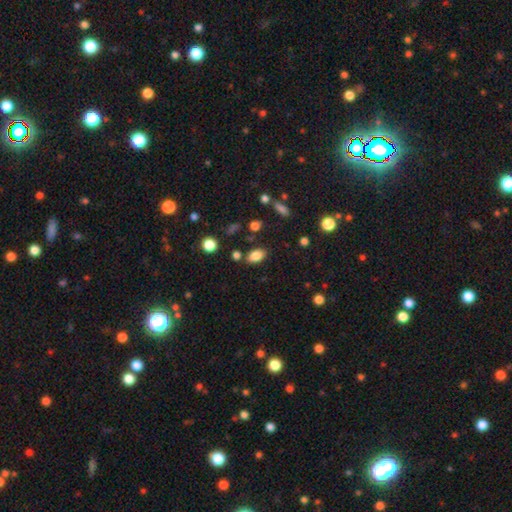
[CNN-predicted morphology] A smooth galaxy with no disk features (84%) that is in between round and cigar-shaped (88%). Merging: none (80%).